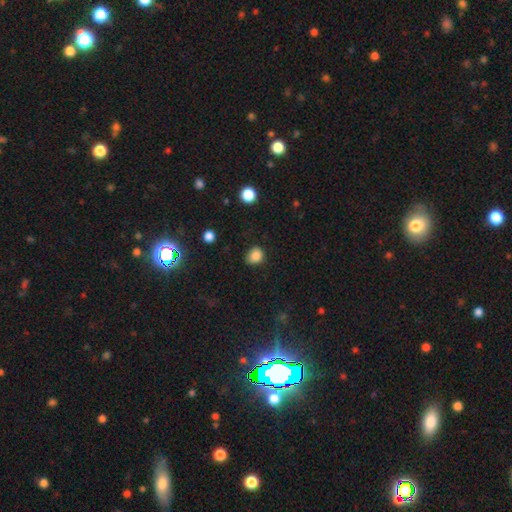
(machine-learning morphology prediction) Overall: smooth (85%). How rounded: round (65%; in between 34%). Merging: none (78%).